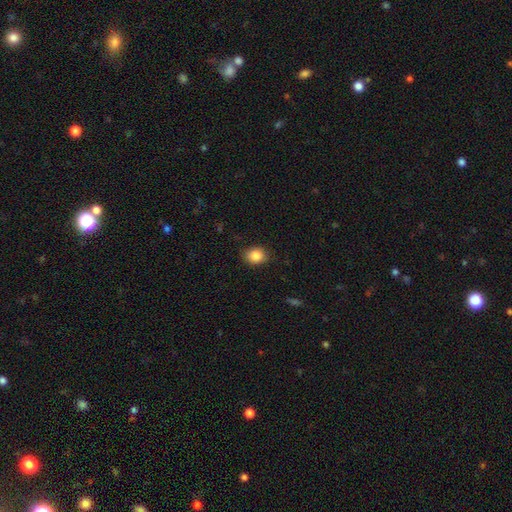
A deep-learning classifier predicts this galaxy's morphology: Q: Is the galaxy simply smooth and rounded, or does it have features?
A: smooth — 86%.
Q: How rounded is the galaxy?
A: round — 52%.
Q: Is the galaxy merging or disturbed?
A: none — 84%.